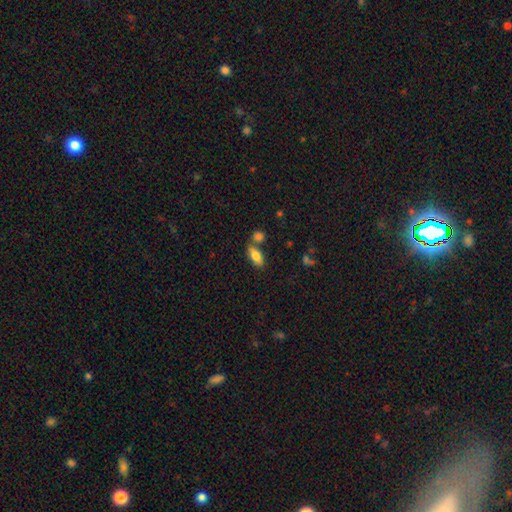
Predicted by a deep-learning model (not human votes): Smooth or featured? smooth (79%)
How rounded? in between (80%)
Merging? none (62%)